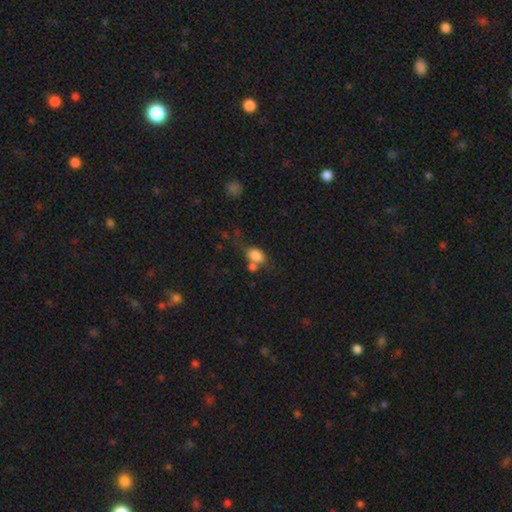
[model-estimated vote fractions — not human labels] Morphology: type=smooth (82%); roundness=in between (79%); merging=none (46%).